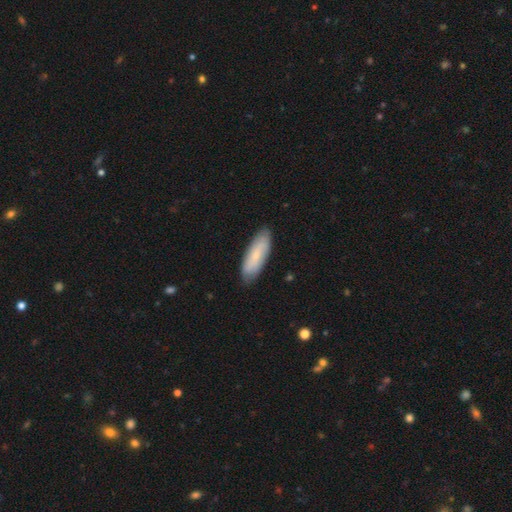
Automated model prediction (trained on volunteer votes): A smooth galaxy with no disk features (70%) that is in between round and cigar-shaped (59%). Merging: none (85%).